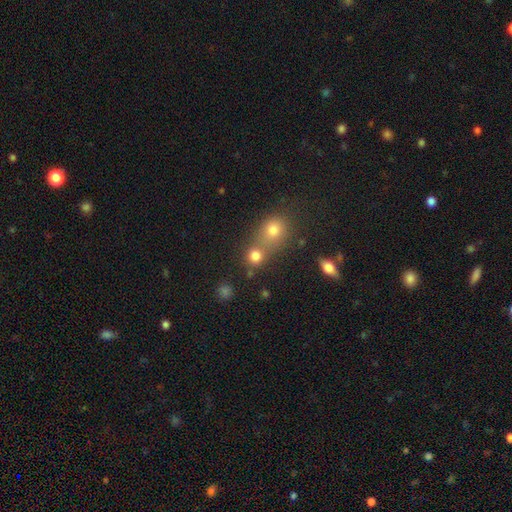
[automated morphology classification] type=smooth (75%); roundness=round (81%); merging=none (47%).